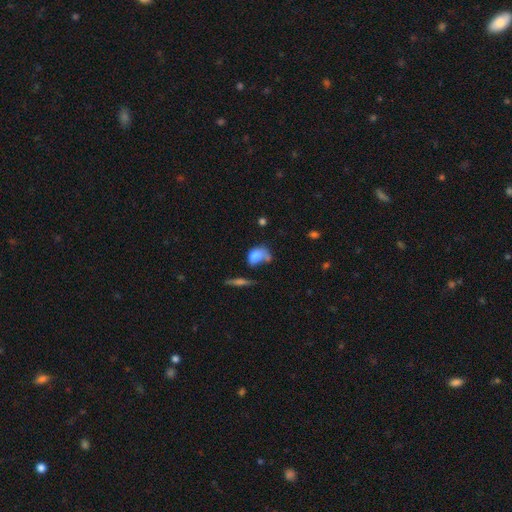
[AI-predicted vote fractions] This is likely a smooth galaxy (69%). How rounded: likely in between (73%). Merging: marginally none (29%, tied with major disturbance).